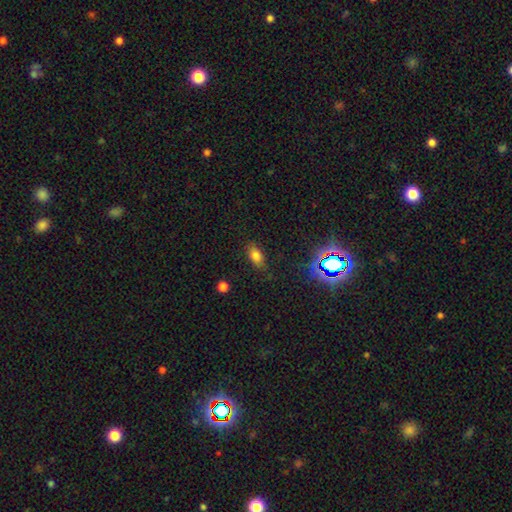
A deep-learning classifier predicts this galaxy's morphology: Smooth or featured? Predicted: smooth (p=0.74). How rounded? Predicted: in between (p=0.86). Merging? Predicted: none (p=0.82).